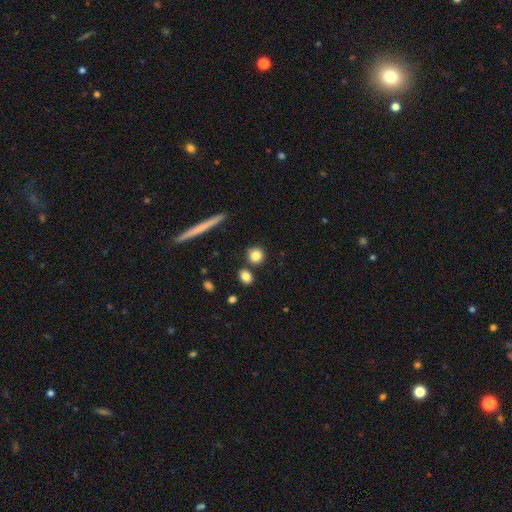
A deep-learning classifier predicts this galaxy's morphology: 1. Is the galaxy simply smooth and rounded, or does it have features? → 83% smooth, 9% featured or disk, 9% star or artifact.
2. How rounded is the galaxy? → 82% round, 13% in between, 4% cigar-shaped.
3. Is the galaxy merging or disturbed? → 81% none, 9% merger, 8% minor disturbance, 2% major disturbance.